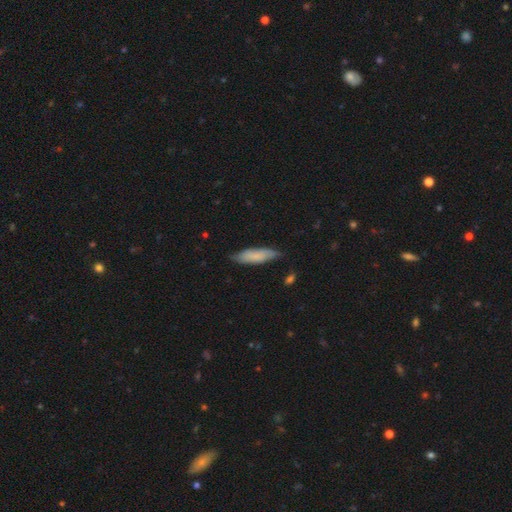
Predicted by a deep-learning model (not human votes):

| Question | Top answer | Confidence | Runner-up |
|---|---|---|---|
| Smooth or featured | smooth | 76% | featured or disk (18%) |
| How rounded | cigar-shaped | 58% | in between (41%) |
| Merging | none | 74% | minor disturbance (21%) |